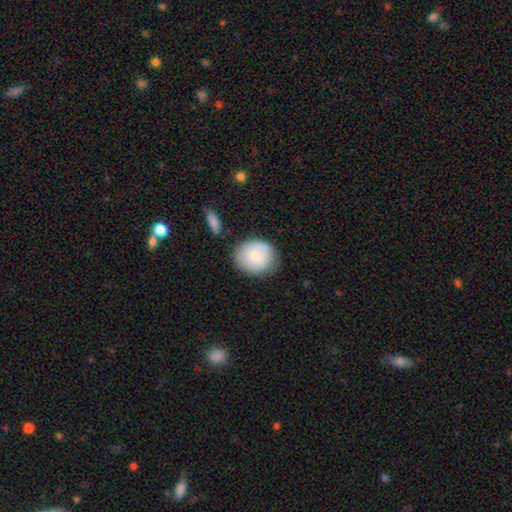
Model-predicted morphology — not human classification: Smooth or featured? smooth (73%)
How rounded? round (73%)
Merging? none (74%)